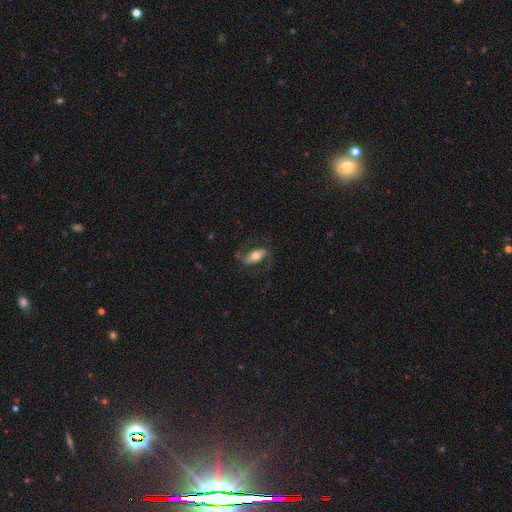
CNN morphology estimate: smooth_or_featured: featured or disk (p=0.68) [alt: smooth p=0.25]
disk_edge_on: no (p=0.87) [alt: yes p=0.13]
bar: strong (p=0.49) [alt: no p=0.25]
has_spiral_arms: yes (p=0.87) [alt: no p=0.13]
spiral_winding: loose (p=0.46) [alt: medium p=0.42]
spiral_arm_count: 2 (p=0.90) [alt: can't tell p=0.04]
bulge_size: moderate (p=0.65) [alt: large p=0.17]
merging: none (p=0.71) [alt: minor disturbance p=0.15]